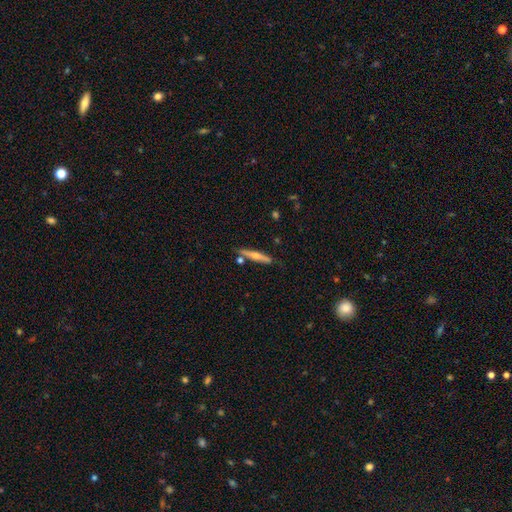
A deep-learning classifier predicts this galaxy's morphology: smooth_or_featured: featured or disk (p=0.56) [alt: smooth p=0.37]
disk_edge_on: yes (p=0.95) [alt: no p=0.05]
edge_on_bulge: rounded (p=0.87) [alt: none p=0.09]
merging: none (p=0.80) [alt: minor disturbance p=0.11]